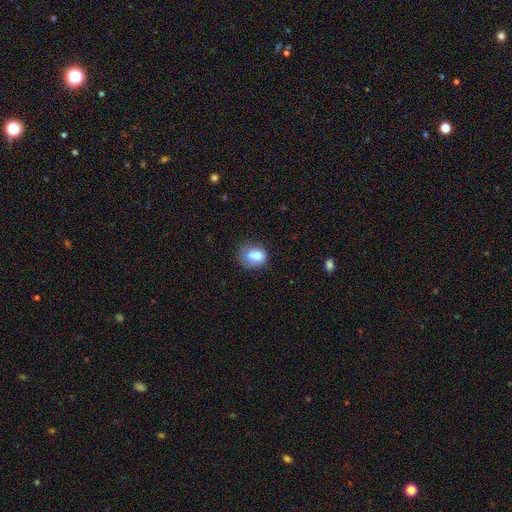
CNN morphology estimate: smooth_or_featured: smooth (p=0.81) [alt: featured or disk p=0.10]
how_rounded: in between (p=0.53) [alt: round p=0.46]
merging: none (p=0.52) [alt: minor disturbance p=0.31]